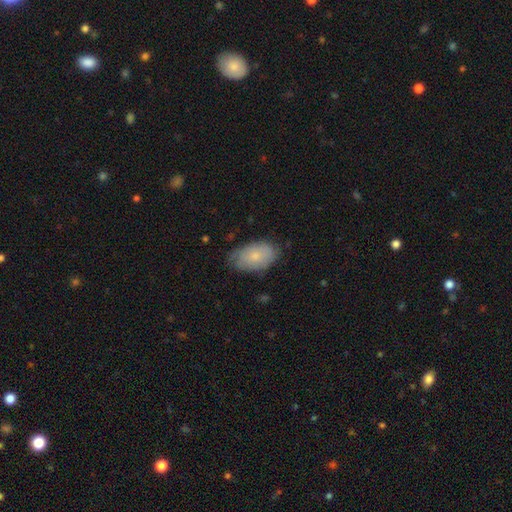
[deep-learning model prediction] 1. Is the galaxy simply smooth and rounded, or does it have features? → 68% smooth, 25% featured or disk, 7% star or artifact.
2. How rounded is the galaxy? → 92% in between, 7% round, 1% cigar-shaped.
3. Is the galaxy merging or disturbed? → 70% none, 24% minor disturbance, 5% major disturbance, 1% merger.